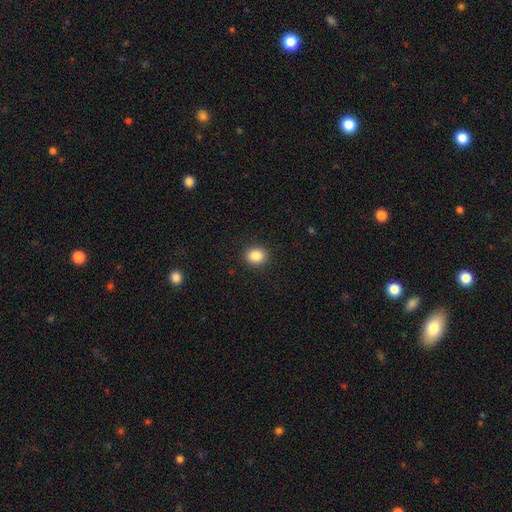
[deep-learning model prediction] Morphology: type=smooth (86%); roundness=round (70%); merging=none (91%).